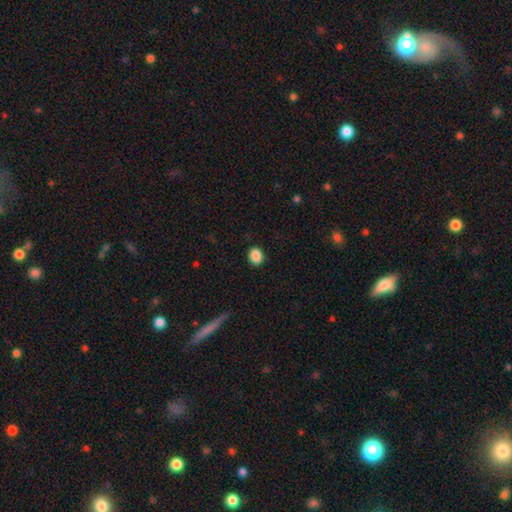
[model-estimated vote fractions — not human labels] Morphology: type=smooth (88%); roundness=in between (57%); merging=none (88%).